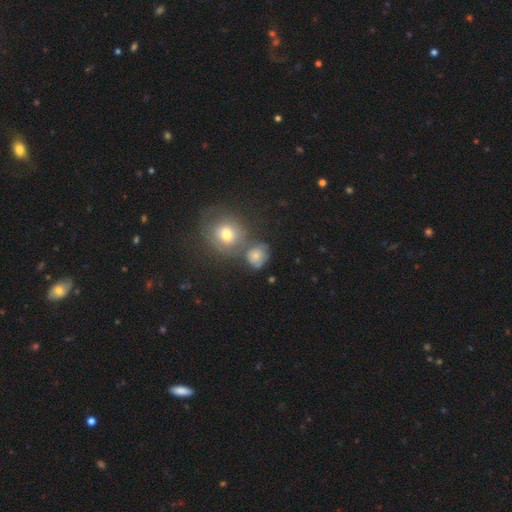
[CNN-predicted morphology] smooth_or_featured: smooth (p=0.68) [alt: featured or disk p=0.19]
how_rounded: round (p=0.76) [alt: in between p=0.23]
merging: none (p=0.50) [alt: merger p=0.24]